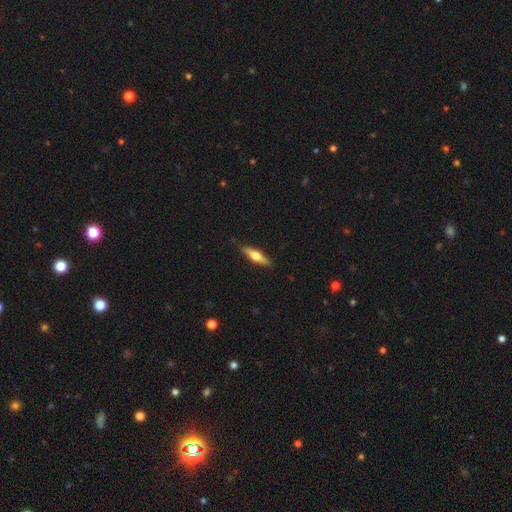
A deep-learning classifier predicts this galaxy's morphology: This is possibly a featured or disk galaxy (49%). Merging: clearly none (89%).